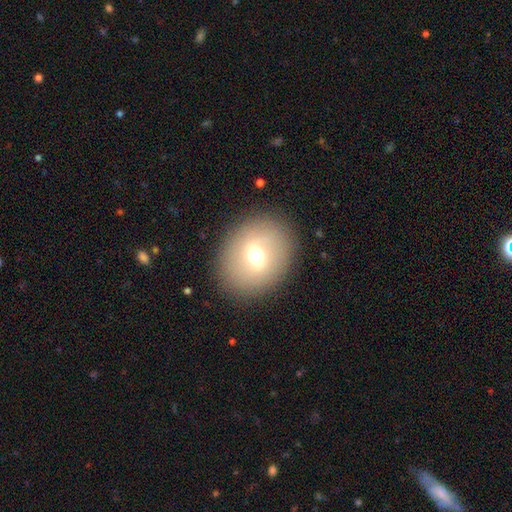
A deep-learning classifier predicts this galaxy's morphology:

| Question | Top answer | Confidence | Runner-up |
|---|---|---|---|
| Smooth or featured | smooth | 58% | featured or disk (31%) |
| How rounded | round | 61% | in between (37%) |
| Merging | none | 86% | minor disturbance (8%) |